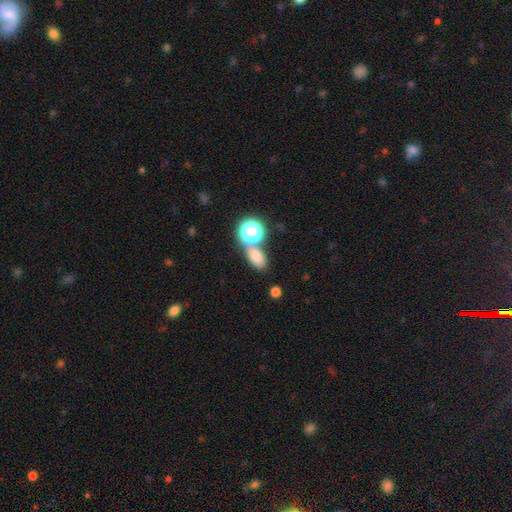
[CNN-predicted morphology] smooth_or_featured: smooth (p=0.74) [alt: star or artifact p=0.17]
how_rounded: in between (p=0.77) [alt: round p=0.20]
merging: none (p=0.56) [alt: merger p=0.29]